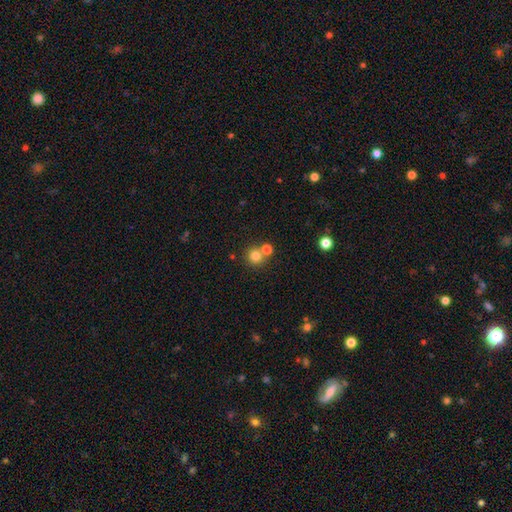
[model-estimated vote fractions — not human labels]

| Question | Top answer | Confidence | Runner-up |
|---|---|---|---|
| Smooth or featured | smooth | 78% | star or artifact (14%) |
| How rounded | round | 92% | in between (7%) |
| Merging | none | 63% | merger (29%) |